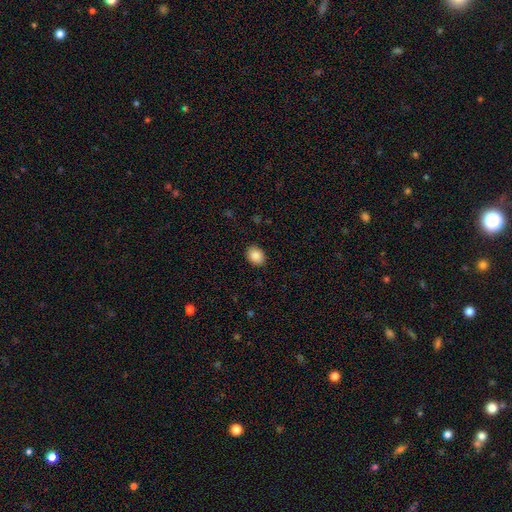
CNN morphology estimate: This is clearly a smooth galaxy (88%). How rounded: possibly in between (54%). Merging: clearly none (89%).